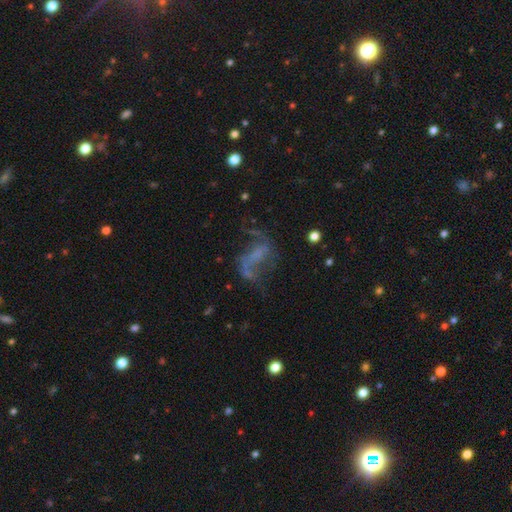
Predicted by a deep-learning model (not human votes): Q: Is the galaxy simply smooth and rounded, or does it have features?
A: featured or disk — 67%.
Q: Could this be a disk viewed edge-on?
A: no — 96%.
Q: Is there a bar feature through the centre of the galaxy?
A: no — 41%.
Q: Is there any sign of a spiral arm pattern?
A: yes — 74%.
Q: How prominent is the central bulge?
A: none — 62%.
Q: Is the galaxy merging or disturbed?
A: none — 45%.